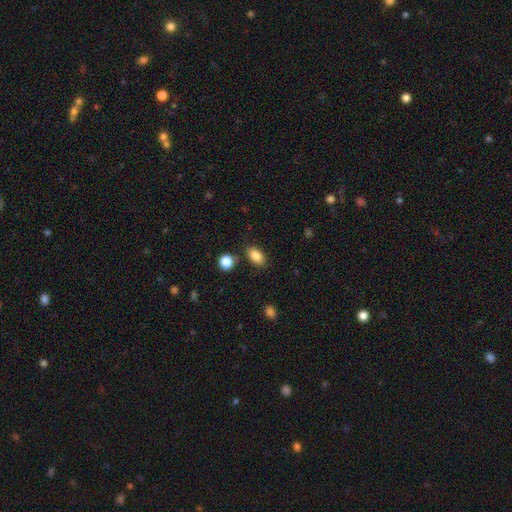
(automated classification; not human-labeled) smooth_or_featured: smooth (p=0.85) [alt: star or artifact p=0.09]
how_rounded: in between (p=0.89) [alt: round p=0.09]
merging: none (p=0.82) [alt: minor disturbance p=0.11]